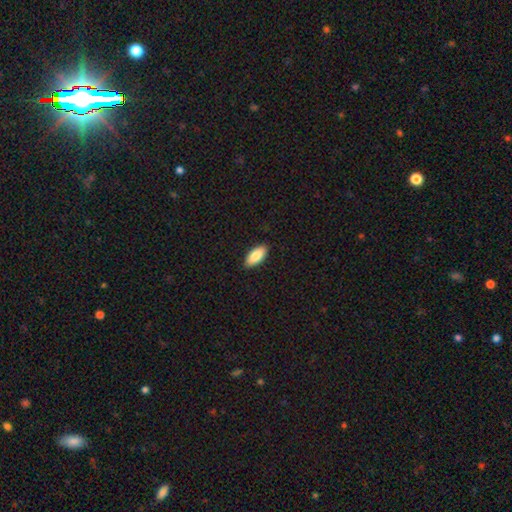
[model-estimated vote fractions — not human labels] Smooth or featured? smooth (86%)
How rounded? in between (88%)
Merging? none (89%)